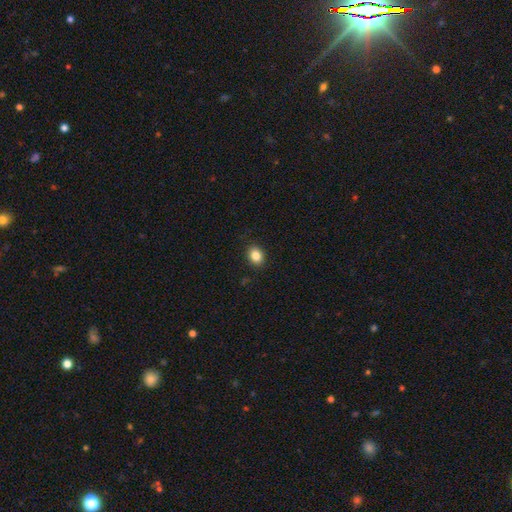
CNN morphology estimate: Smooth or featured?
  - smooth: 85% *
  - star or artifact: 10%
  - featured or disk: 5%
How rounded?
  - round: 51% *
  - in between: 48%
  - cigar-shaped: 1%
Merging?
  - none: 89% *
  - minor disturbance: 8%
  - major disturbance: 2%
  - merger: 1%